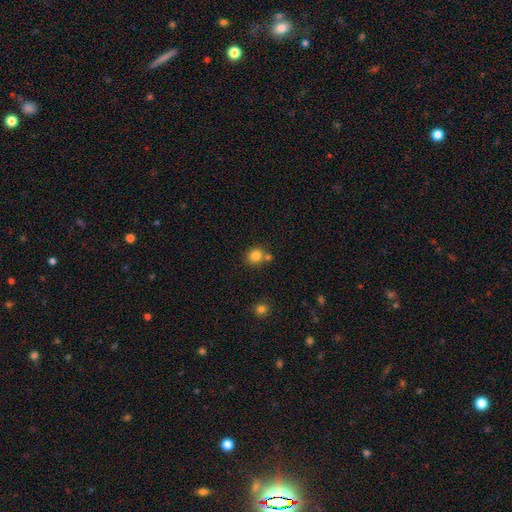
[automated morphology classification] Smooth or featured? smooth (83%)
How rounded? round (83%)
Merging? none (64%)